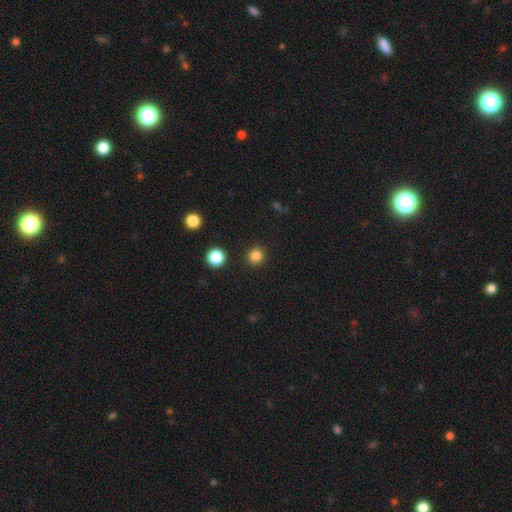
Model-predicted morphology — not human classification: smooth_or_featured: smooth (p=0.83) [alt: star or artifact p=0.14]
how_rounded: round (p=0.94) [alt: in between p=0.05]
merging: none (p=0.92) [alt: minor disturbance p=0.05]